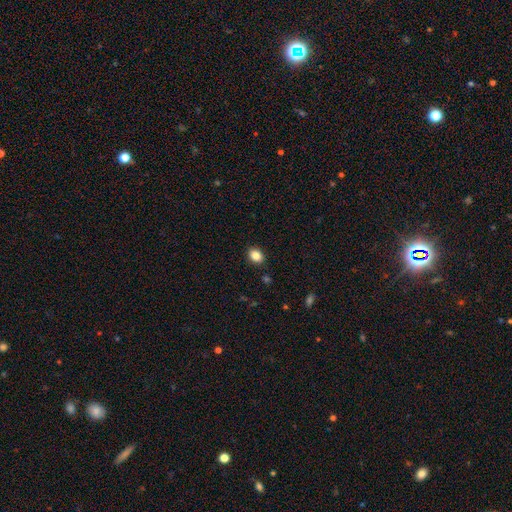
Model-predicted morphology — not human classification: smooth-or-featured: smooth: 85% | star or artifact: 10% | featured or disk: 5%
  how-rounded: in between: 59% | round: 40% | cigar-shaped: 1%
  merging: none: 89% | minor disturbance: 8% | major disturbance: 2% | merger: 1%